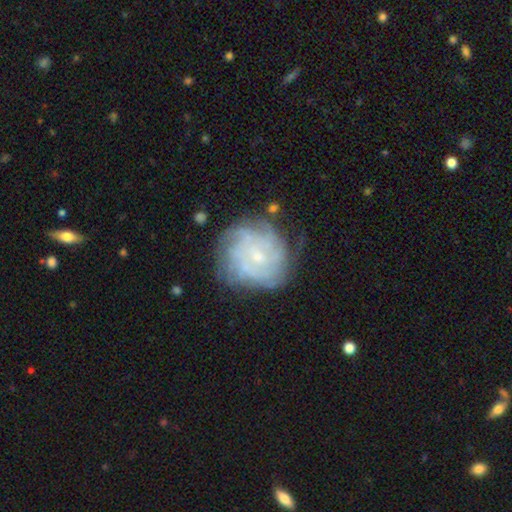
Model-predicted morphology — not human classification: Smooth or featured? Predicted: featured or disk (p=0.71). Edge-on disk? Predicted: no (p=0.97). Bar? Predicted: no (p=0.73). Spiral arms? Predicted: yes (p=0.84). Spiral winding? Predicted: tight (p=0.67). Spiral arm count? Predicted: can't tell (p=0.50). Bulge size? Predicted: small (p=0.71). Merging? Predicted: none (p=0.71).